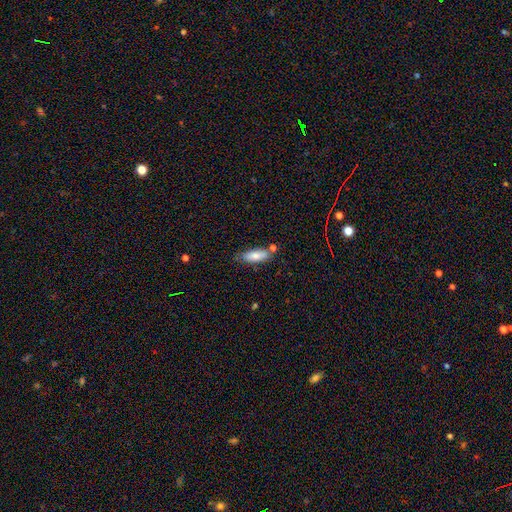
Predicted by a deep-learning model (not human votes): Smooth or featured?
  - smooth: 77% *
  - featured or disk: 16%
  - star or artifact: 7%
How rounded?
  - in between: 68% *
  - cigar-shaped: 30%
  - round: 2%
Merging?
  - none: 67% *
  - minor disturbance: 19%
  - merger: 10%
  - major disturbance: 4%